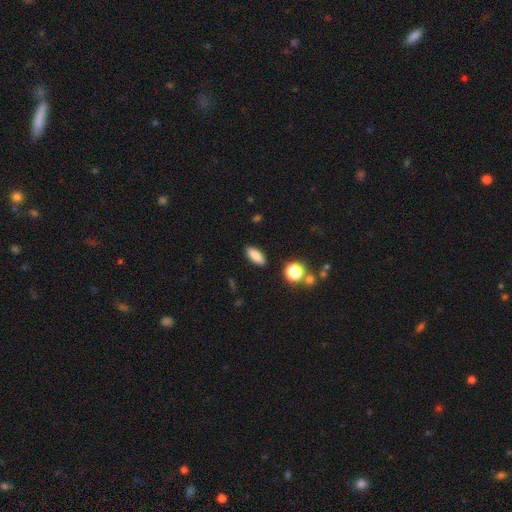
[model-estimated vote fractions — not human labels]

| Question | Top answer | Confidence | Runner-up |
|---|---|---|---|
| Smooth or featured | smooth | 83% | star or artifact (10%) |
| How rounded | in between | 75% | cigar-shaped (21%) |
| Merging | none | 89% | minor disturbance (7%) |